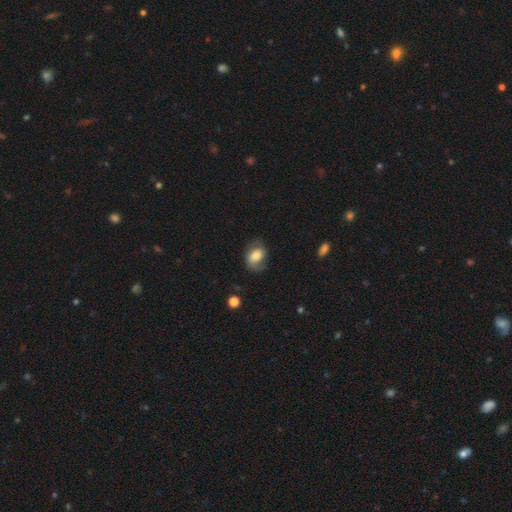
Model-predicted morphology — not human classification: Smooth or featured: smooth — 53% (featured or disk — 39%)
How rounded: in between — 71% (round — 28%)
Merging: none — 59% (minor disturbance — 25%)